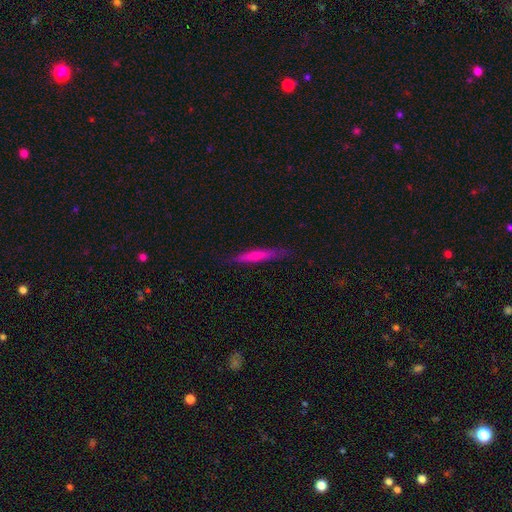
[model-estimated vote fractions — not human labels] Q: Smooth or featured?
A: smooth (66%); runner-up: featured or disk (28%)
Q: How rounded?
A: cigar-shaped (94%); runner-up: in between (5%)
Q: Merging?
A: none (86%); runner-up: minor disturbance (11%)